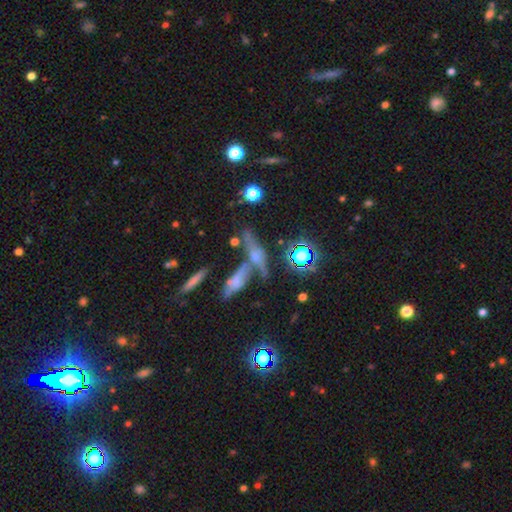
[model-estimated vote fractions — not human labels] Morphology: type=featured or disk (42%); merging=none (57%).